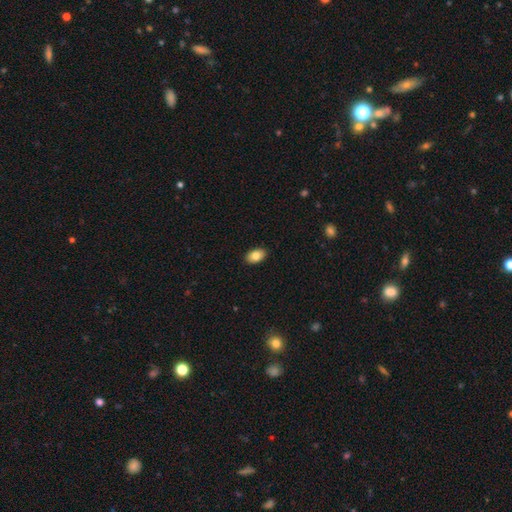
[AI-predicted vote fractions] A smooth galaxy with no disk features (83%) that is in between round and cigar-shaped (91%).

Vote fractions:
- Smooth or featured? smooth: 83% / featured or disk: 10% / star or artifact: 8%
- How rounded? in between: 91% / round: 8% / cigar-shaped: 1%
- Merging? none: 90% / minor disturbance: 7% / major disturbance: 2% / merger: 1%